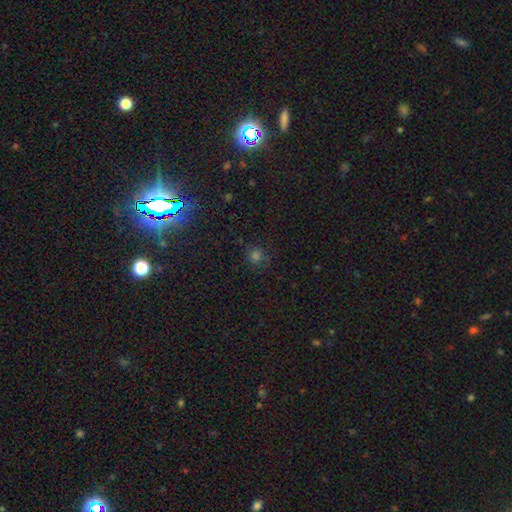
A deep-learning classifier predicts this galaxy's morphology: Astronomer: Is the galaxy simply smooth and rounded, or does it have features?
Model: smooth — 51% (runner-up: star or artifact, 41%).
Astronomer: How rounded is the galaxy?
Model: round — 89%.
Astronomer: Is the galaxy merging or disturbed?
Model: none — 81%.